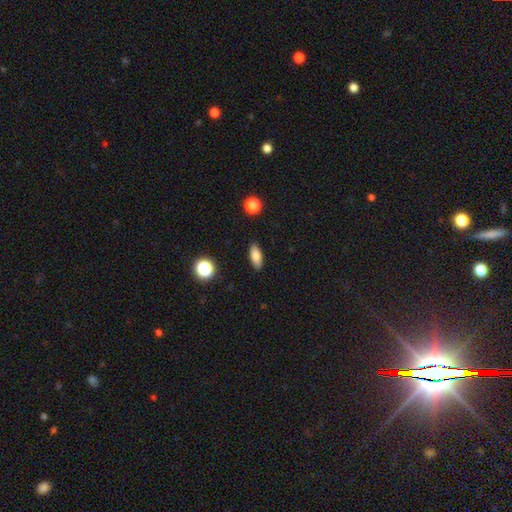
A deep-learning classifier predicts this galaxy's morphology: smooth 78%, featured or disk 13%, star or artifact 9%. Down the decision tree: how rounded — in between (79%); merging — none (88%).